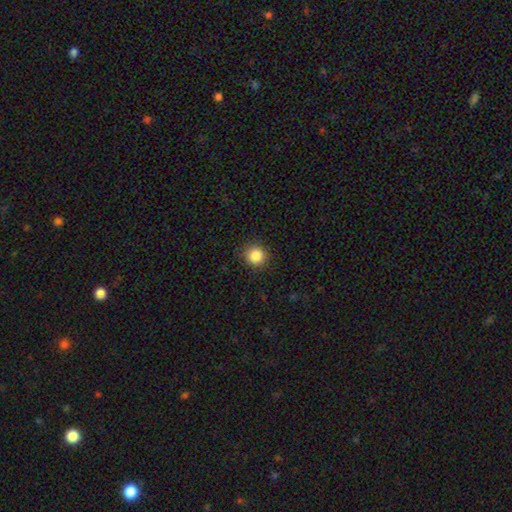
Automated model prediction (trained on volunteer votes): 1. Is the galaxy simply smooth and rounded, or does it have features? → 86% smooth, 10% star or artifact, 4% featured or disk.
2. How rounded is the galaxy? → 92% round, 8% in between, 1% cigar-shaped.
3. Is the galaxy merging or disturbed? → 89% none, 8% minor disturbance, 2% major disturbance, 1% merger.